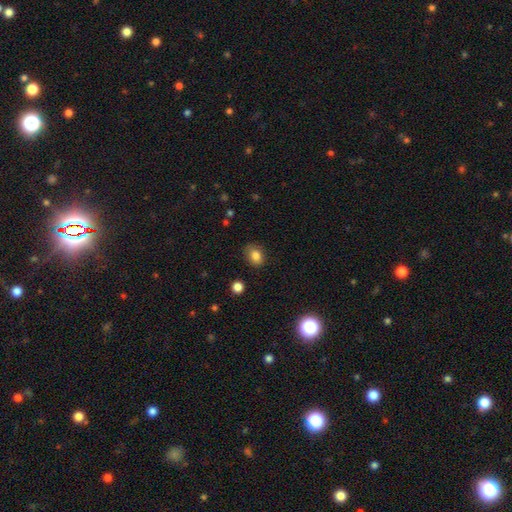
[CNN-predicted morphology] smooth 82%, star or artifact 11%, featured or disk 7%. Down the decision tree: how rounded — in between (61%); merging — none (81%).